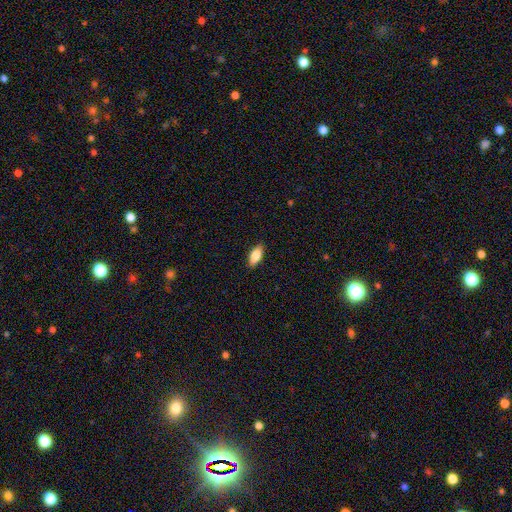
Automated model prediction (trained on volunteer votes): smooth-or-featured: smooth: 84% | featured or disk: 9% | star or artifact: 6%
  how-rounded: in between: 88% | cigar-shaped: 10% | round: 2%
  merging: none: 88% | minor disturbance: 9% | major disturbance: 2% | merger: 1%